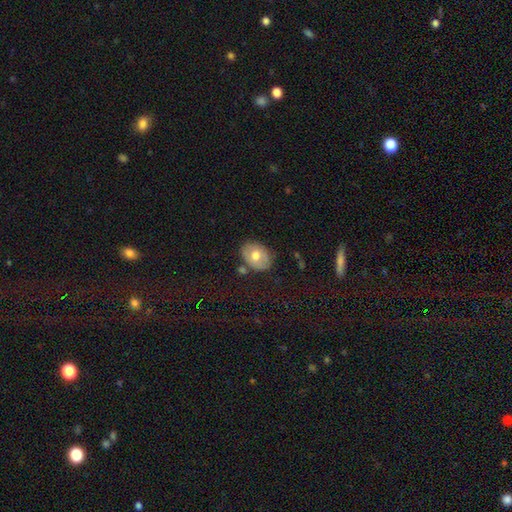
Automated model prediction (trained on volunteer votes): Smooth or featured?
  - smooth: 64% *
  - featured or disk: 28%
  - star or artifact: 8%
How rounded?
  - in between: 71% *
  - round: 28%
  - cigar-shaped: 1%
Merging?
  - none: 76% *
  - minor disturbance: 15%
  - merger: 5%
  - major disturbance: 3%